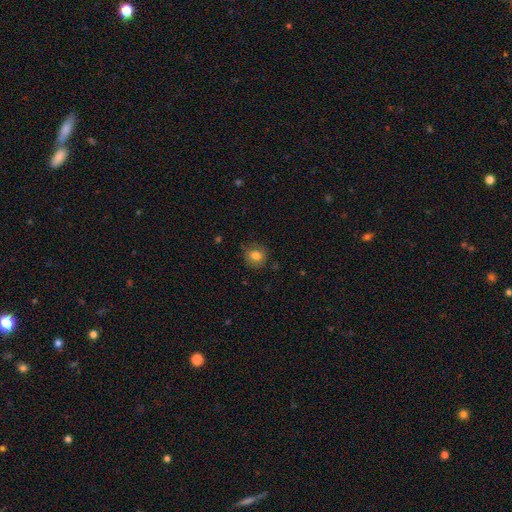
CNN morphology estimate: Smooth or featured? smooth (81%)
How rounded? round (83%)
Merging? none (81%)